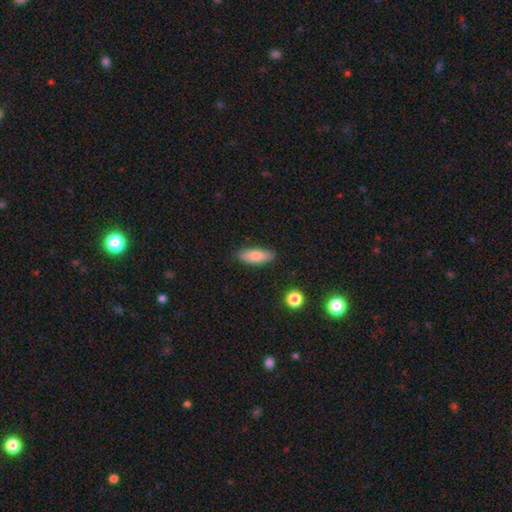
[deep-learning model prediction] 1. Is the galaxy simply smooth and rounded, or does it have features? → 82% smooth, 11% featured or disk, 7% star or artifact.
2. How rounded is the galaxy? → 72% in between, 26% cigar-shaped, 2% round.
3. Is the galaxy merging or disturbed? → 85% none, 11% minor disturbance, 2% major disturbance, 1% merger.